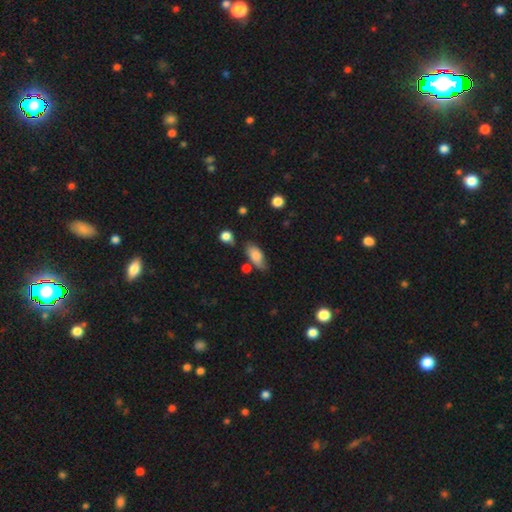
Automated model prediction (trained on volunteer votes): Smooth or featured? smooth (77%)
How rounded? in between (84%)
Merging? none (63%)